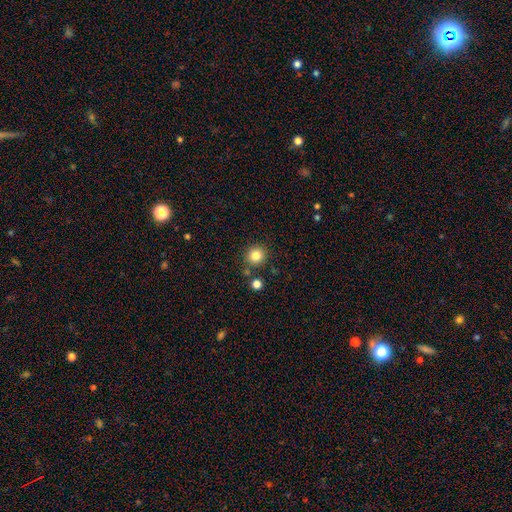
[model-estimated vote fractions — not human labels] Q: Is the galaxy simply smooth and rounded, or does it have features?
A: smooth — 83%.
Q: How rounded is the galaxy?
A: round — 92%.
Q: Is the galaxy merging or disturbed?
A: none — 83%.